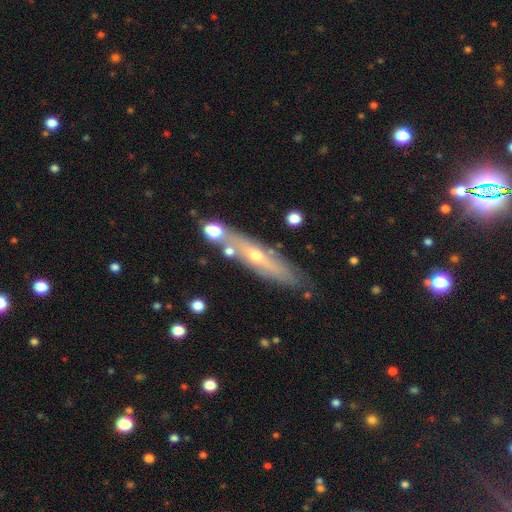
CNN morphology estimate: featured or disk 61%, smooth 27%, star or artifact 11%. Down the decision tree: edge-on disk — yes (62%); merging — none (75%).